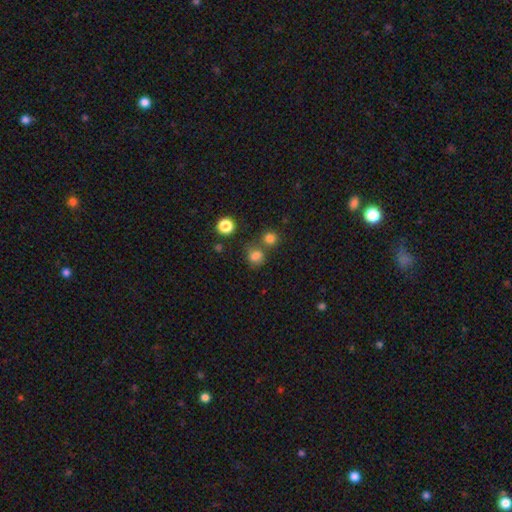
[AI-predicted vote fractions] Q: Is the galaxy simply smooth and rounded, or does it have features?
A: smooth — 77%.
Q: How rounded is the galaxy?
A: round — 72%.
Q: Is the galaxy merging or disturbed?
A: none — 60%.